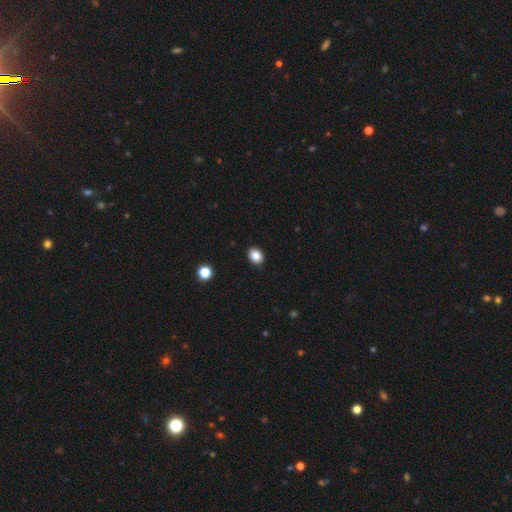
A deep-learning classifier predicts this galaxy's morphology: A smooth galaxy with no disk features (85%) that is in between round and cigar-shaped (60%).

Vote fractions:
- Smooth or featured? smooth: 85% / star or artifact: 10% / featured or disk: 4%
- How rounded? in between: 60% / round: 39% / cigar-shaped: 1%
- Merging? none: 90% / minor disturbance: 7% / major disturbance: 2% / merger: 1%